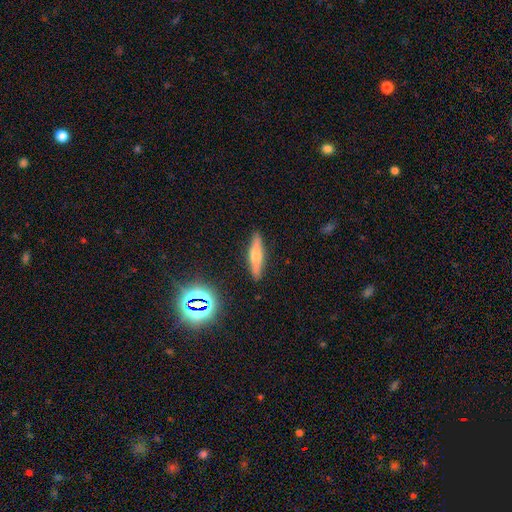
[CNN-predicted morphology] smooth-or-featured: smooth: 55% | featured or disk: 36% | star or artifact: 9%
  how-rounded: cigar-shaped: 84% | in between: 14% | round: 2%
  merging: none: 88% | minor disturbance: 9% | major disturbance: 2% | merger: 2%